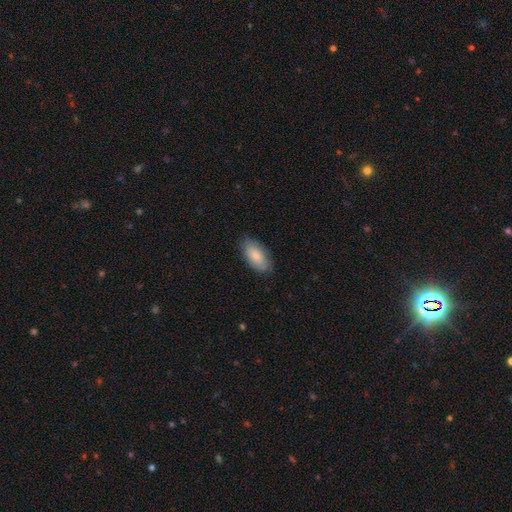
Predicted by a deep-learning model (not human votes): A smooth galaxy with no disk features (78%) that is in between round and cigar-shaped (93%).

Vote fractions:
- Smooth or featured? smooth: 78% / featured or disk: 16% / star or artifact: 6%
- How rounded? in between: 93% / cigar-shaped: 4% / round: 3%
- Merging? none: 81% / minor disturbance: 15% / major disturbance: 3% / merger: 1%